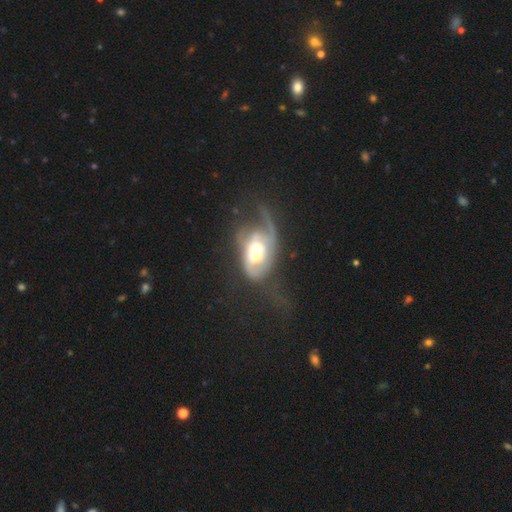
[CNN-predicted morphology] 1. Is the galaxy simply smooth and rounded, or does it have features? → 63% featured or disk, 29% smooth, 8% star or artifact.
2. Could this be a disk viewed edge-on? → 95% no, 5% yes.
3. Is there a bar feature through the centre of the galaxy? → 68% no, 24% weak, 8% strong.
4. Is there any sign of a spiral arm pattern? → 56% yes, 44% no.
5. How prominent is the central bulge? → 56% moderate, 24% large, 13% small, 3% dominant, 3% none.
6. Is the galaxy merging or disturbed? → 43% major disturbance, 28% merger, 17% none, 12% minor disturbance.